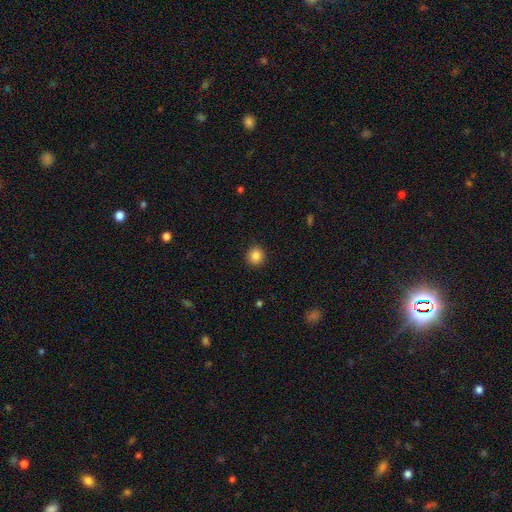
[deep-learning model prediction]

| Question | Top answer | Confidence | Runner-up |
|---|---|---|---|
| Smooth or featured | smooth | 86% | star or artifact (10%) |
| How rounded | round | 91% | in between (8%) |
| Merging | none | 91% | minor disturbance (6%) |